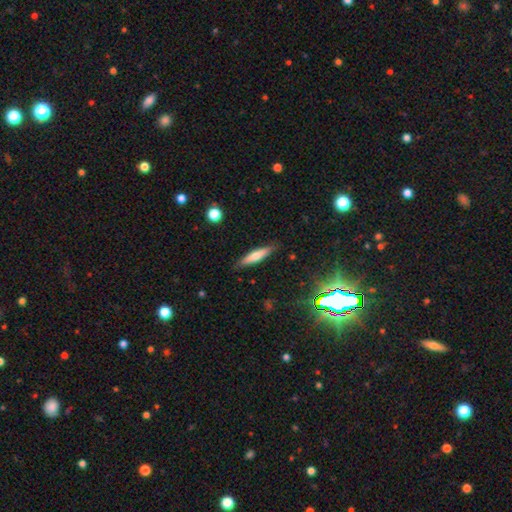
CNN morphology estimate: Smooth or featured? smooth (63%)
How rounded? cigar-shaped (82%)
Merging? none (87%)